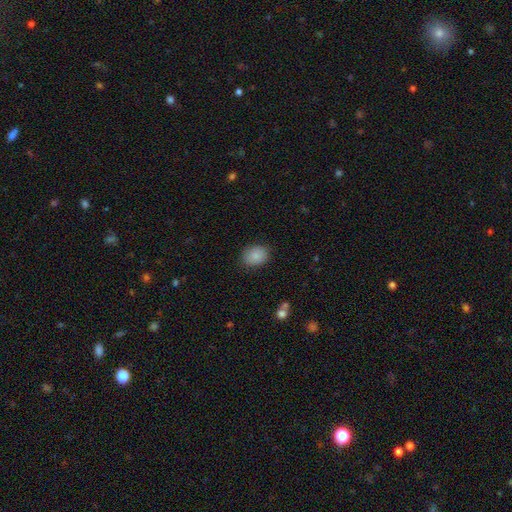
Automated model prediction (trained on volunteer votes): This appears to be a smooth galaxy with no disk features (88%) that is in between round and cigar-shaped (50%). Merging: none (85%).